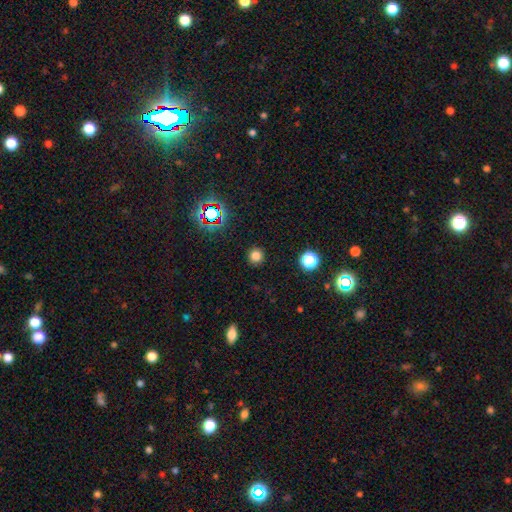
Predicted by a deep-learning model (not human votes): Morphology: type=smooth (78%); roundness=round (94%); merging=none (91%).